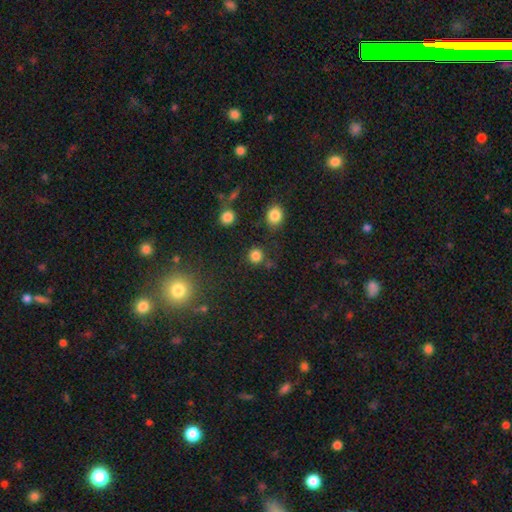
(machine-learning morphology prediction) The model was most divided on "smooth or featured": smooth: 81%, star or artifact: 15%, featured or disk: 4%. More confident: how rounded — round (90%); merging — none (81%).